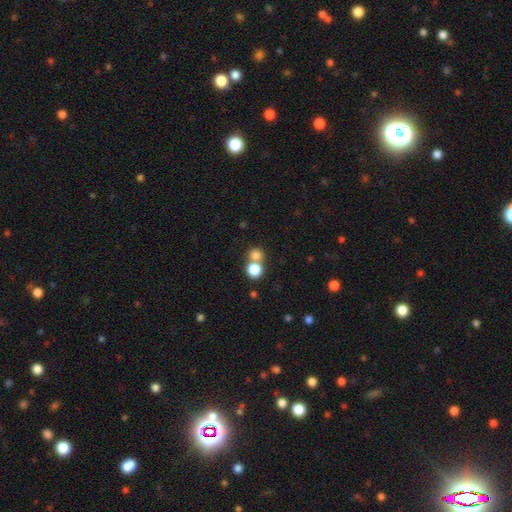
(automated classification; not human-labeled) Smooth or featured: smooth — 79% (star or artifact — 13%)
How rounded: round — 83% (in between — 16%)
Merging: none — 48% (merger — 43%)